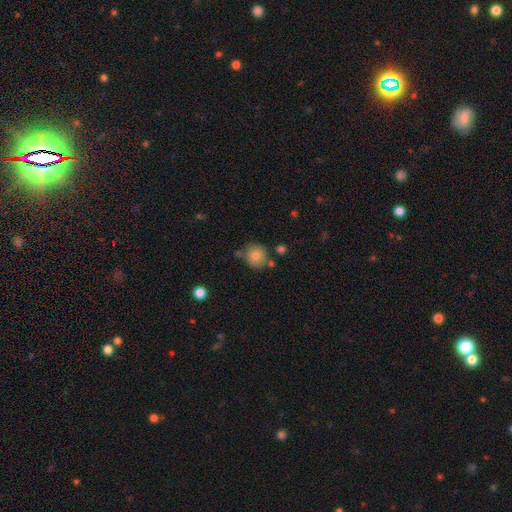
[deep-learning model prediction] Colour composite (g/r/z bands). It shows a smooth galaxy with no disk features (82%) that is round (87%). Merging: none (73%).